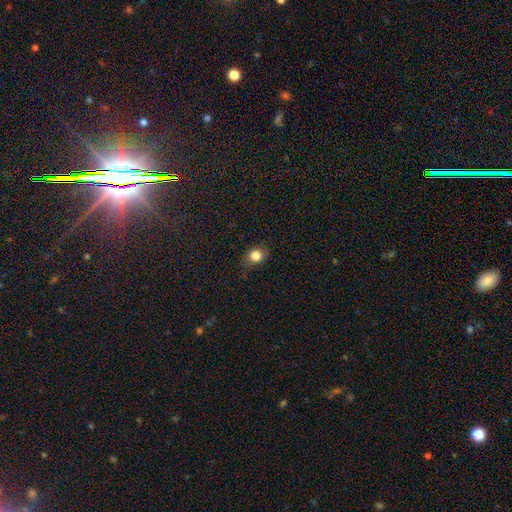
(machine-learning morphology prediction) type=smooth (83%); roundness=round (65%); merging=none (81%).